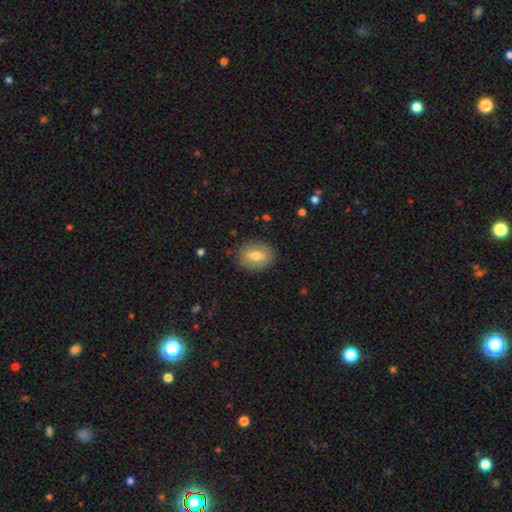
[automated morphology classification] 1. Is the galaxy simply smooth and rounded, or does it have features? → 63% smooth, 29% featured or disk, 8% star or artifact.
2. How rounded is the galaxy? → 60% in between, 38% round, 2% cigar-shaped.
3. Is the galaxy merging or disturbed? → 86% none, 10% minor disturbance, 3% major disturbance, 1% merger.